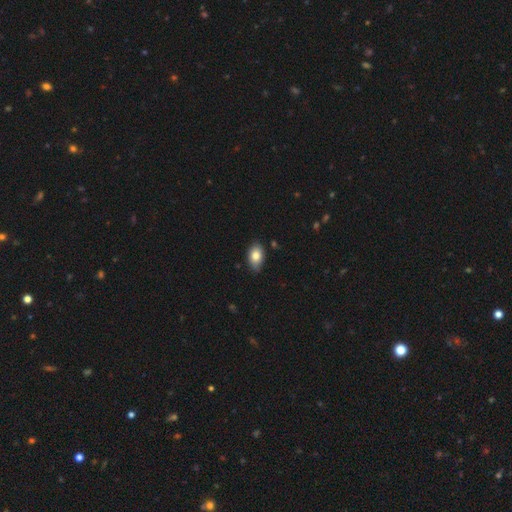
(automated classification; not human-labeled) Q: Smooth or featured?
A: smooth (82%); runner-up: featured or disk (10%)
Q: How rounded?
A: in between (89%); runner-up: round (9%)
Q: Merging?
A: none (81%); runner-up: minor disturbance (15%)